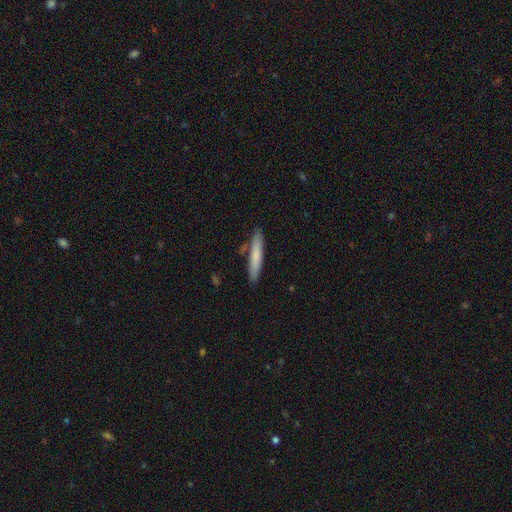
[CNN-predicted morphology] The model was most divided on "smooth or featured": smooth: 74%, featured or disk: 20%, star or artifact: 5%. More confident: how rounded — cigar-shaped (91%); merging — none (83%).